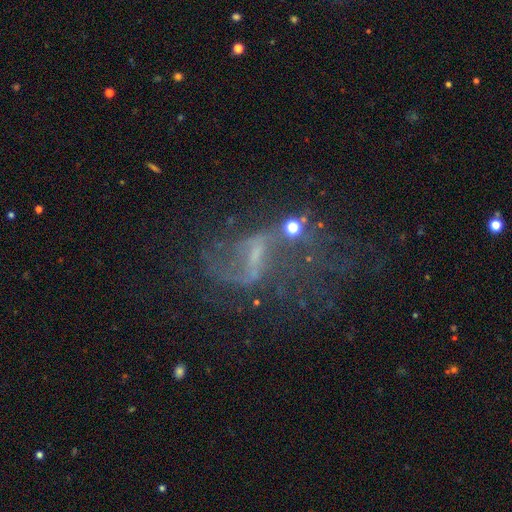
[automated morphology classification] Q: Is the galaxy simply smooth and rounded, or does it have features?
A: featured or disk — 68%.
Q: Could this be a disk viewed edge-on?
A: no — 94%.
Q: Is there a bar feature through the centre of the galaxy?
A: weak — 40%.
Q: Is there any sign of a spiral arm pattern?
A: yes — 62%.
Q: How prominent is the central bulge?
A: small — 48%.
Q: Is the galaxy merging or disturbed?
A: major disturbance — 36%, tied with none.